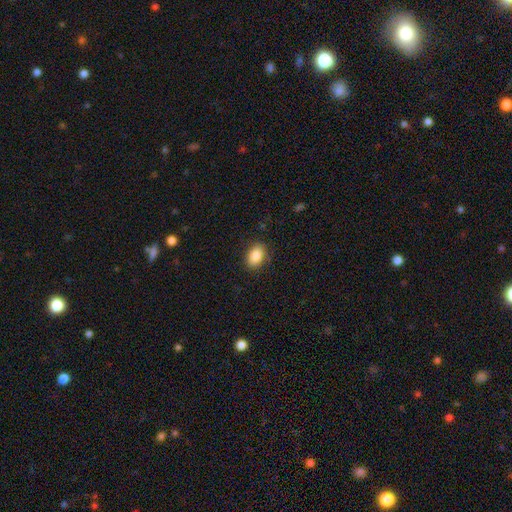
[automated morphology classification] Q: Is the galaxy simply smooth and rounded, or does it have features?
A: smooth — 87%.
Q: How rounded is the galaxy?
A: in between — 84%.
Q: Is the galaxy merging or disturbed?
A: none — 85%.